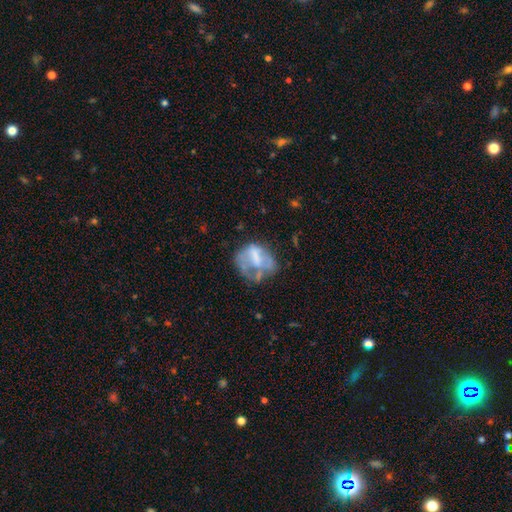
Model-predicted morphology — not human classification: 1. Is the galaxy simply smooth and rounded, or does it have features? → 51% featured or disk, 39% smooth, 10% star or artifact.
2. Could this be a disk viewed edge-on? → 97% no, 3% yes.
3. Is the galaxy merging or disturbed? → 35% none, 33% major disturbance, 24% minor disturbance, 8% merger.